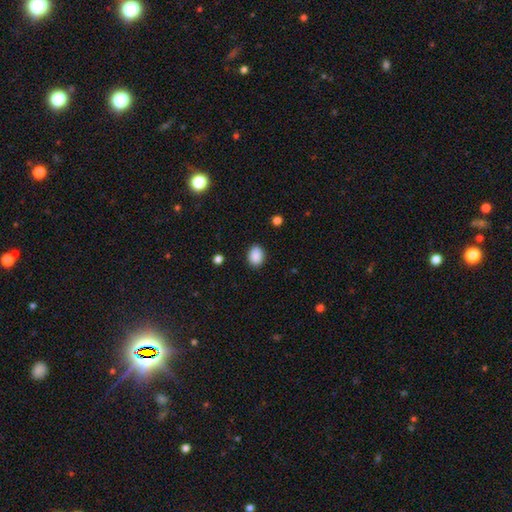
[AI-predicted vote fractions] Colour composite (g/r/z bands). It shows a smooth galaxy with no disk features (90%) that is in between round and cigar-shaped (68%). Merging: none (88%).